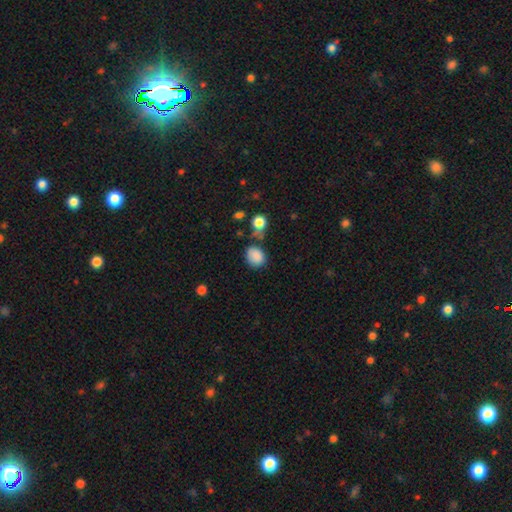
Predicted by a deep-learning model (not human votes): smooth 86%, star or artifact 10%, featured or disk 5%. Down the decision tree: how rounded — round (55%); merging — none (61%).